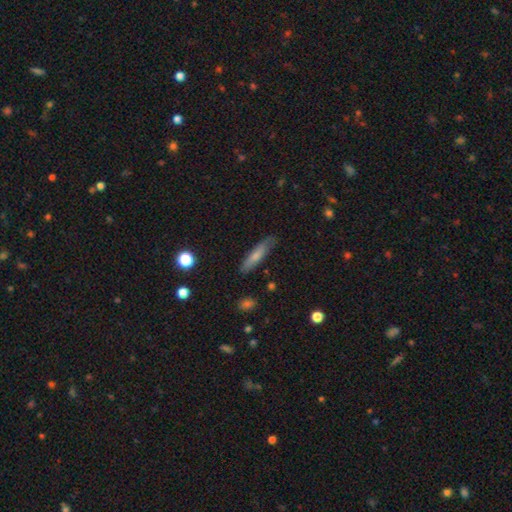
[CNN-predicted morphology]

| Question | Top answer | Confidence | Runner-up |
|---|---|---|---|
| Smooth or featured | smooth | 70% | featured or disk (23%) |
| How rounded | cigar-shaped | 79% | in between (19%) |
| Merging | none | 81% | minor disturbance (15%) |